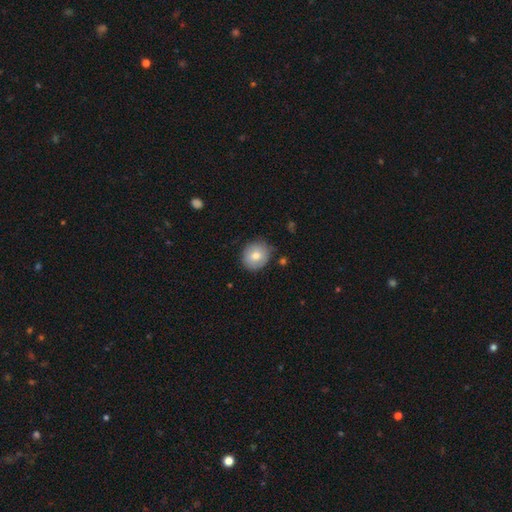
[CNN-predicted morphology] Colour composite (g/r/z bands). It shows a smooth galaxy with no disk features (74%) that is round (81%). Merging: none (80%).